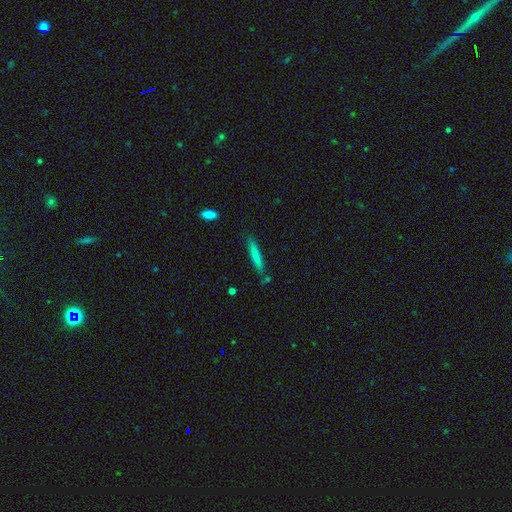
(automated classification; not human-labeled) A smooth galaxy with no disk features (76%) that is cigar-shaped (93%).

Vote fractions:
- Smooth or featured? smooth: 76% / featured or disk: 18% / star or artifact: 6%
- How rounded? cigar-shaped: 93% / in between: 6% / round: 1%
- Merging? none: 81% / minor disturbance: 13% / merger: 4% / major disturbance: 3%